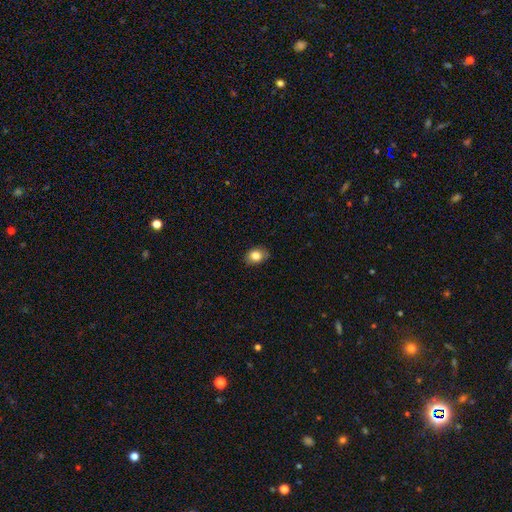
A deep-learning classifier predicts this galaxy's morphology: smooth_or_featured: smooth (p=0.83) [alt: star or artifact p=0.09]
how_rounded: in between (p=0.66) [alt: round p=0.33]
merging: none (p=0.82) [alt: minor disturbance p=0.15]